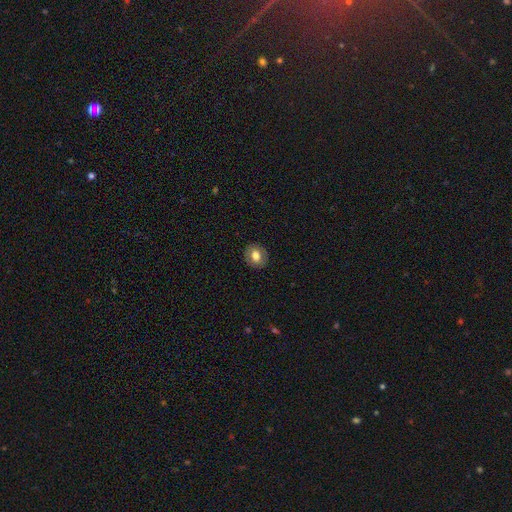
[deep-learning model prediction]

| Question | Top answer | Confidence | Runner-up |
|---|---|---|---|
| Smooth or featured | smooth | 71% | featured or disk (21%) |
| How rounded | round | 61% | in between (38%) |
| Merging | none | 88% | minor disturbance (9%) |